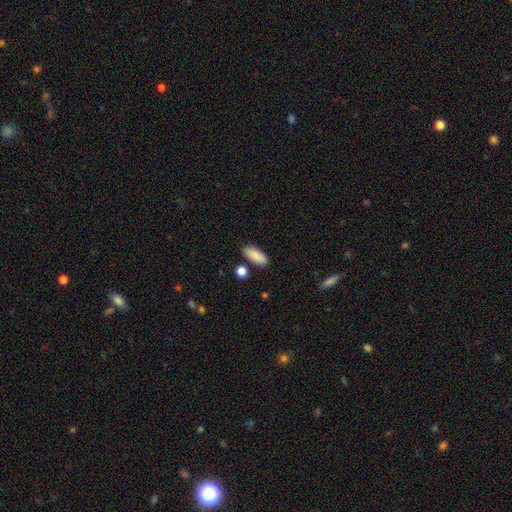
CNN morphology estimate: smooth 88%, star or artifact 6%, featured or disk 5%. Down the decision tree: how rounded — in between (79%); merging — none (83%).